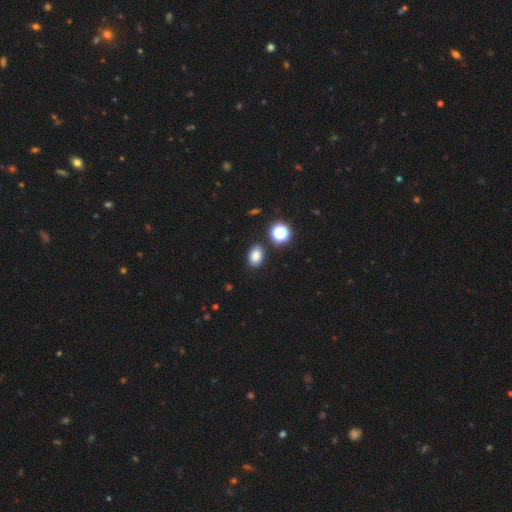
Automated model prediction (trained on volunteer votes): Smooth or featured? Predicted: smooth (p=0.82). How rounded? Predicted: in between (p=0.77). Merging? Predicted: none (p=0.85).